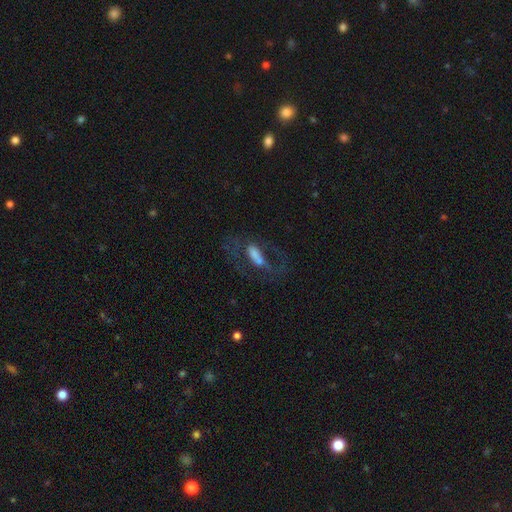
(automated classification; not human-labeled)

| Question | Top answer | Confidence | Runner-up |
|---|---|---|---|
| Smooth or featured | featured or disk | 47% | smooth (42%) |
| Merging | major disturbance | 39% | none (38%) |